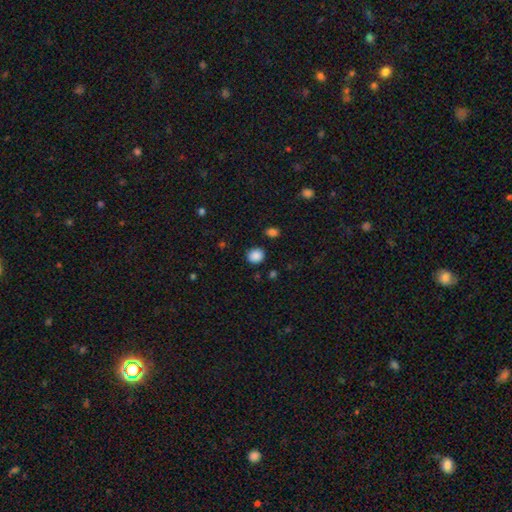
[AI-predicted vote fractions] Q: Smooth or featured?
A: smooth (88%); runner-up: star or artifact (9%)
Q: How rounded?
A: round (74%); runner-up: in between (25%)
Q: Merging?
A: none (86%); runner-up: minor disturbance (8%)